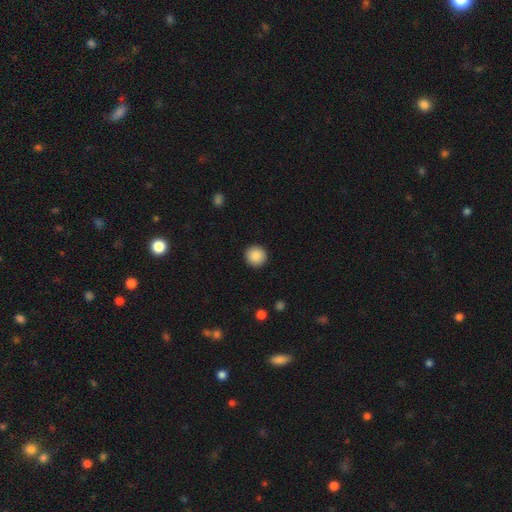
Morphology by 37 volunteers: This is clearly a smooth galaxy (89%). How rounded: clearly round (97%). Merging: clearly none (92%).